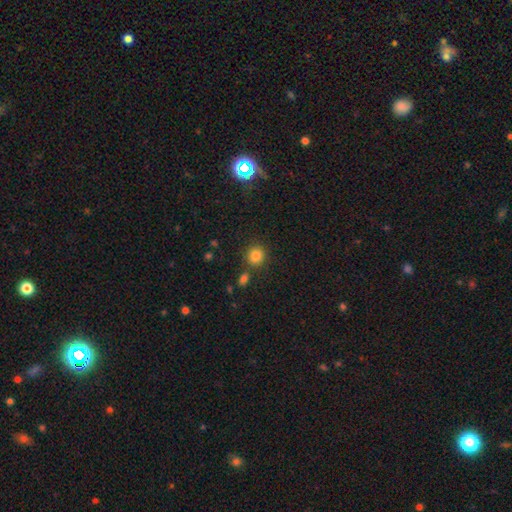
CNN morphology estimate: The model was most divided on "merging": none: 79%, merger: 9%, minor disturbance: 9%, major disturbance: 3%. More confident: how rounded — round (88%); smooth or featured — smooth (83%).